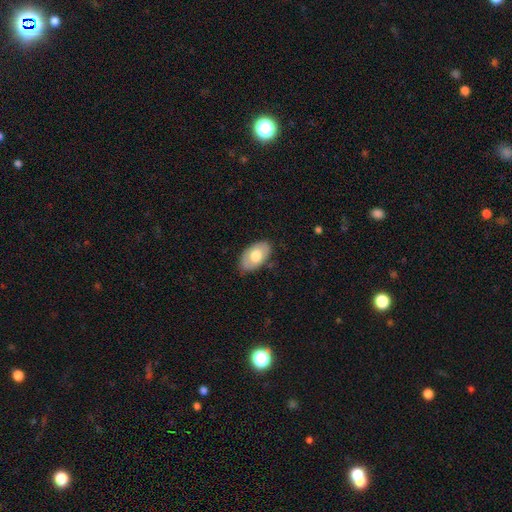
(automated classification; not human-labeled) smooth-or-featured: smooth: 67% | featured or disk: 27% | star or artifact: 6%
  how-rounded: in between: 93% | round: 6% | cigar-shaped: 1%
  merging: none: 79% | minor disturbance: 16% | major disturbance: 3% | merger: 1%